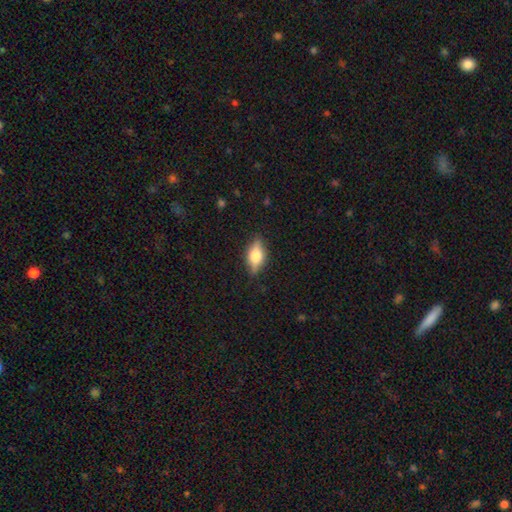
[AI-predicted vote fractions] The model was most divided on "smooth or featured": smooth: 57%, featured or disk: 35%, star or artifact: 8%. More confident: merging — none (83%); how rounded — in between (80%).